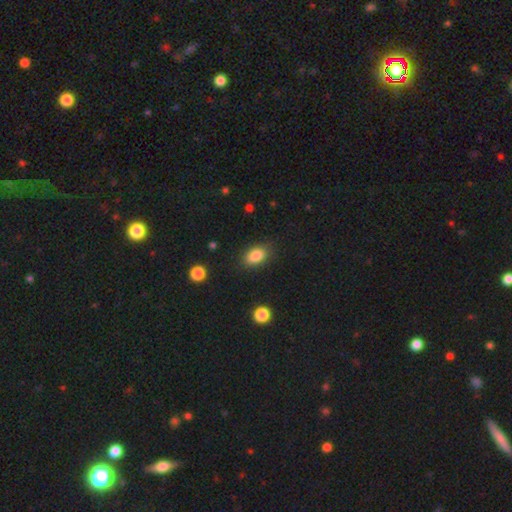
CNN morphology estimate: This appears to be a smooth galaxy with no disk features (85%) that is in between round and cigar-shaped (88%). Merging: none (84%).